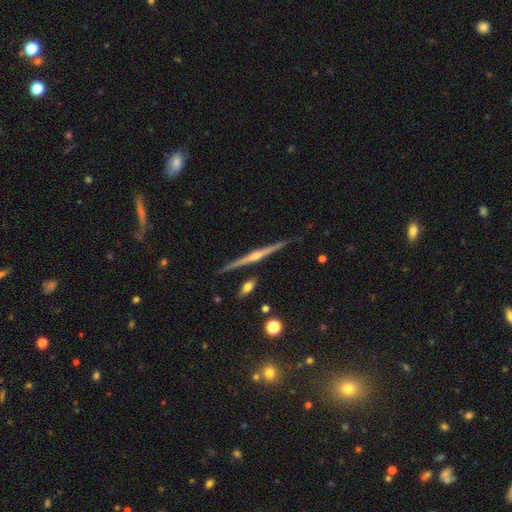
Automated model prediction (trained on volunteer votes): Overall: featured or disk (85%). Edge-on disk: yes (98%). Edge-on bulge: rounded (87%). Merging: none (90%).